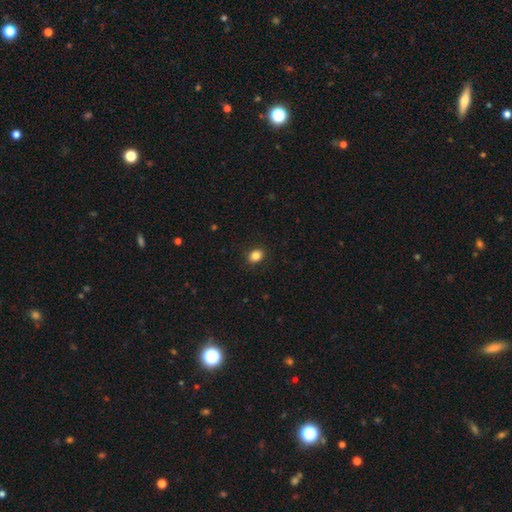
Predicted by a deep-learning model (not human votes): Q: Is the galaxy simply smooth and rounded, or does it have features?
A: smooth — 85%.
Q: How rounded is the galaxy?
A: round — 53%.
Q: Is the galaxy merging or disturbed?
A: none — 90%.